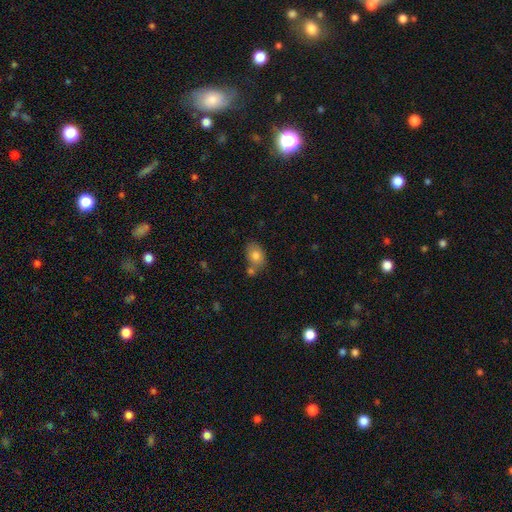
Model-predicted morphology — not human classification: This appears to be a smooth galaxy with no disk features (79%) that is in between round and cigar-shaped (75%). Merging: none (58%).